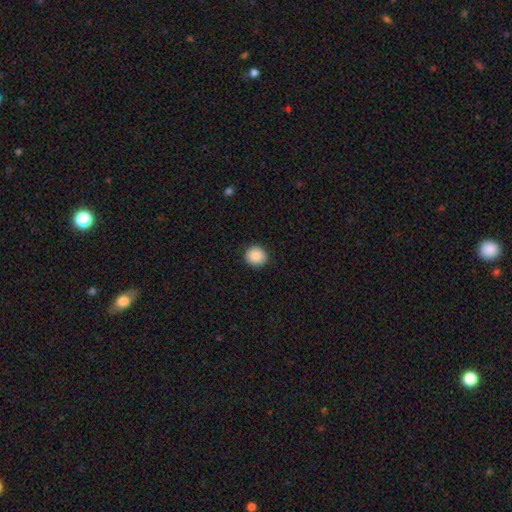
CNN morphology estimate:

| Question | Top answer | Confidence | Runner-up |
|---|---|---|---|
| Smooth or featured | smooth | 88% | star or artifact (8%) |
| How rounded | round | 88% | in between (11%) |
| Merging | none | 90% | minor disturbance (7%) |